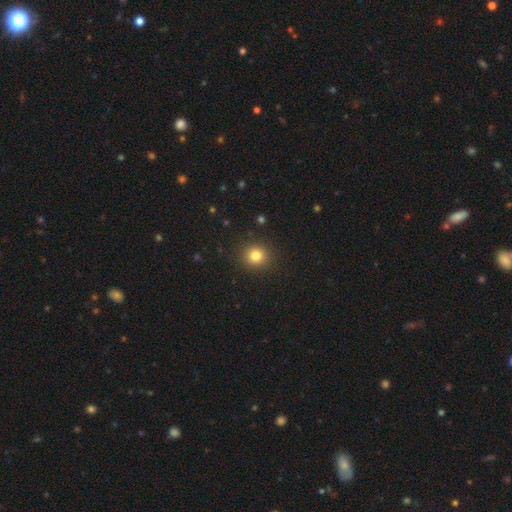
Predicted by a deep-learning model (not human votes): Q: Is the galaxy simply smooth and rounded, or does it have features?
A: smooth — 81%.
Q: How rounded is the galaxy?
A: round — 88%.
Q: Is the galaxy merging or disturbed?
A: none — 90%.